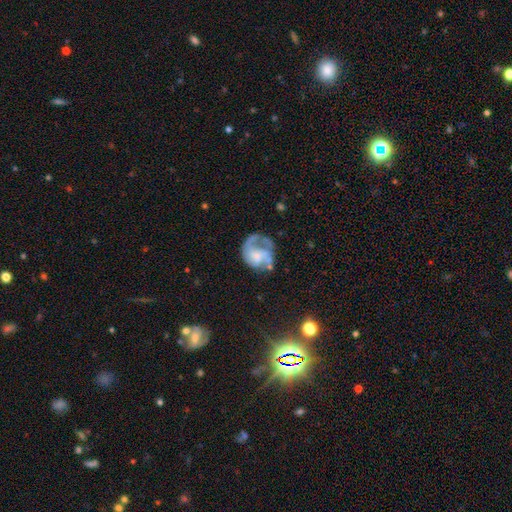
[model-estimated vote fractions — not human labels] Smooth or featured? featured or disk (63%)
Edge-on disk? no (98%)
Bar? no (72%)
Spiral arms? yes (63%)
Bulge size? none (39%)
Merging? none (38%)